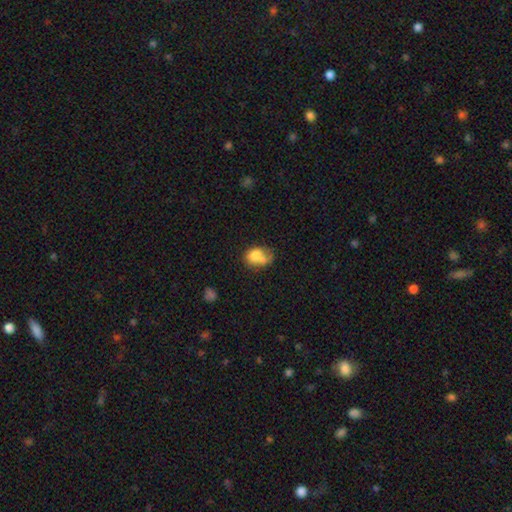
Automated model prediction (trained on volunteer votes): A smooth galaxy with no disk features (73%) that is in between round and cigar-shaped (57%).

Vote fractions:
- Smooth or featured? smooth: 73% / featured or disk: 17% / star or artifact: 10%
- How rounded? in between: 57% / round: 42% / cigar-shaped: 1%
- Merging? merger: 42% / none: 29% / minor disturbance: 19% / major disturbance: 11%